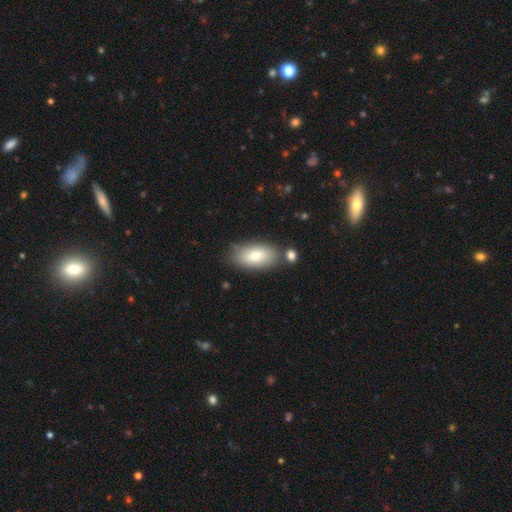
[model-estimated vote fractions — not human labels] The model was most divided on "smooth or featured": smooth: 77%, featured or disk: 16%, star or artifact: 7%. More confident: how rounded — in between (92%); merging — none (74%).